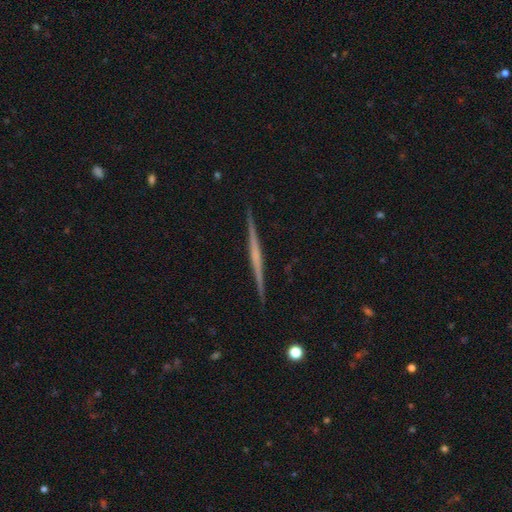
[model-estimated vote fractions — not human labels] Morphology: type=featured or disk (73%); edge-on=yes (98%); edge-on bulge=none (66%); merging=none (92%).